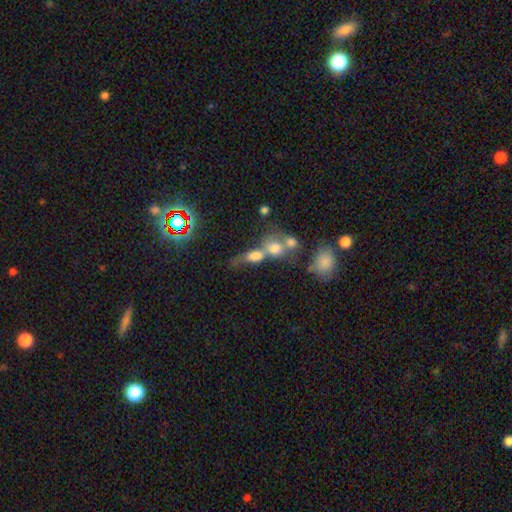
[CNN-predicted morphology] type=smooth (67%); roundness=in between (63%); merging=merger (57%).